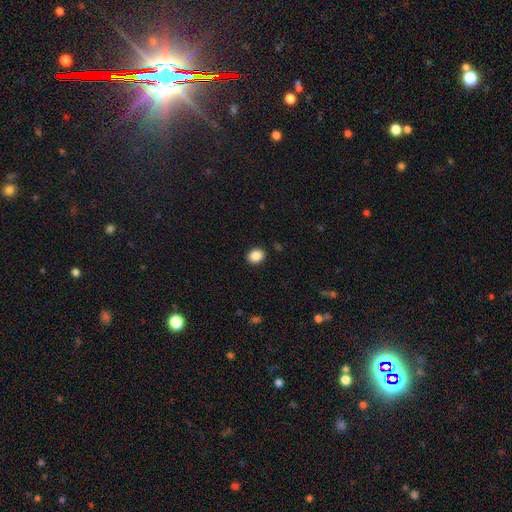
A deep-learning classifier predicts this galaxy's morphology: The model was most divided on "how rounded": round: 53%, in between: 46%, cigar-shaped: 1%. More confident: merging — none (90%); smooth or featured — smooth (88%).